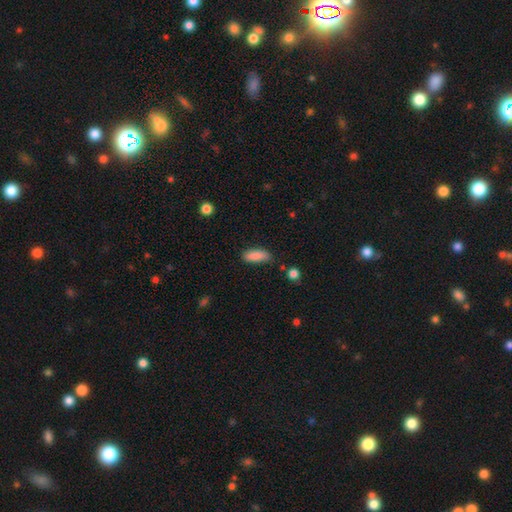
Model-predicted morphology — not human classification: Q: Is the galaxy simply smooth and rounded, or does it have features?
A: smooth — 88%.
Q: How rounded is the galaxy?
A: in between — 70%.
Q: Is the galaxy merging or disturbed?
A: none — 76%.